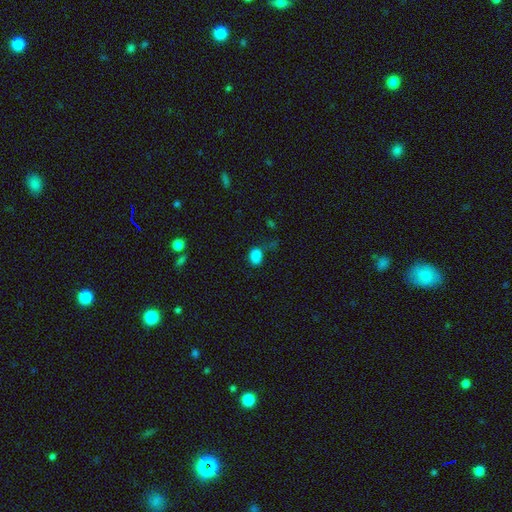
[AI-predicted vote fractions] Smooth or featured: smooth — 85% (star or artifact — 11%)
How rounded: in between — 72% (round — 27%)
Merging: none — 65% (minor disturbance — 21%)